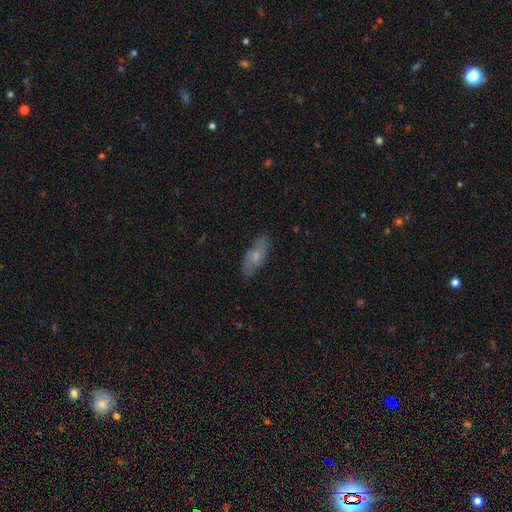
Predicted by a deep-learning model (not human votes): smooth_or_featured: smooth (p=0.62) [alt: featured or disk p=0.31]
how_rounded: in between (p=0.73) [alt: cigar-shaped p=0.24]
merging: none (p=0.78) [alt: minor disturbance p=0.17]